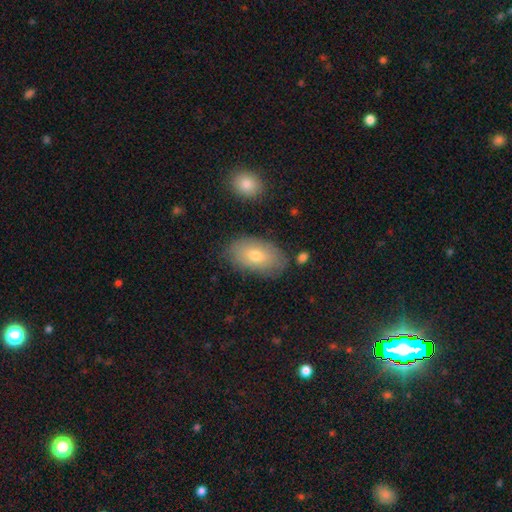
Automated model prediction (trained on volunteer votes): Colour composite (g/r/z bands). It shows a smooth galaxy with no disk features (70%) that is in between round and cigar-shaped (93%). Merging: none (78%).